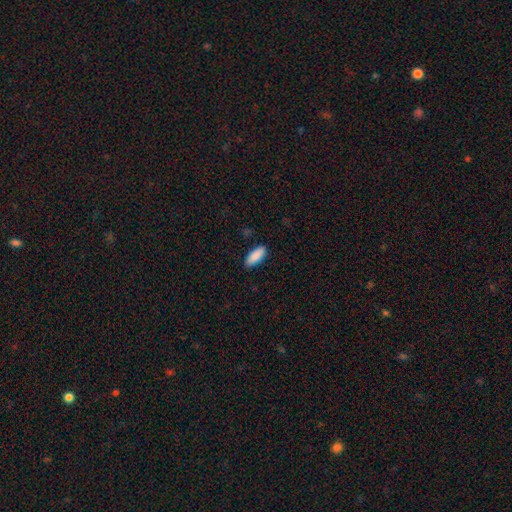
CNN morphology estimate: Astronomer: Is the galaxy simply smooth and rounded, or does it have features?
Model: smooth — 90%.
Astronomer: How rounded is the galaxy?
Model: in between — 78%.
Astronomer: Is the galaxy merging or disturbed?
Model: none — 88%.